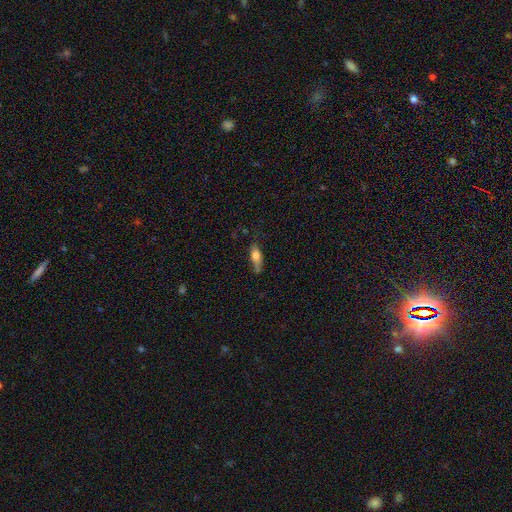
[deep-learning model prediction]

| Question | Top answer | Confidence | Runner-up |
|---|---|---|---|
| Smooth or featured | smooth | 70% | featured or disk (22%) |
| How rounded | in between | 64% | cigar-shaped (32%) |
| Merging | none | 52% | minor disturbance (33%) |